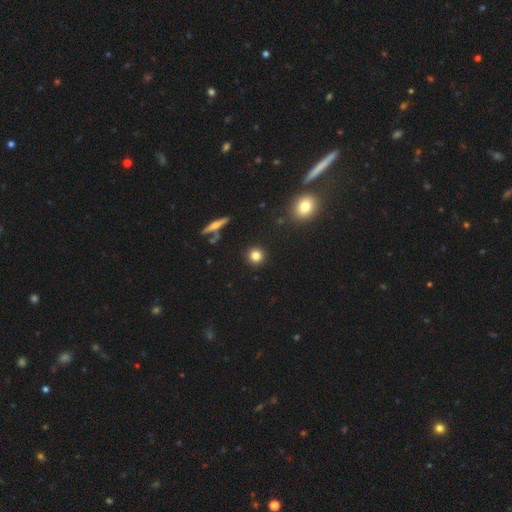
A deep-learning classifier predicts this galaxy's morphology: smooth_or_featured: smooth (p=0.81) [alt: star or artifact p=0.11]
how_rounded: round (p=0.93) [alt: in between p=0.06]
merging: none (p=0.91) [alt: minor disturbance p=0.05]